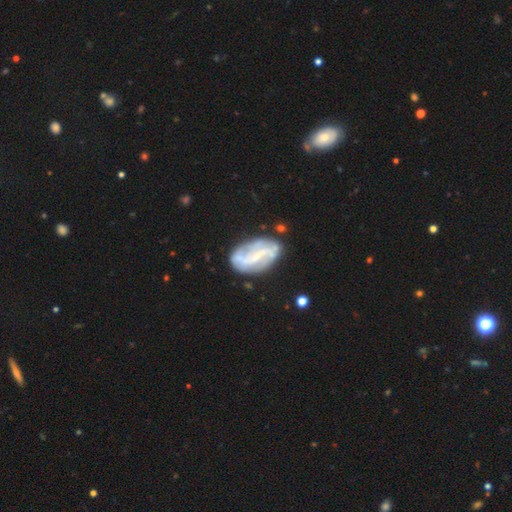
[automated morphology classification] type=featured or disk (75%); edge-on=no (96%); bar=strong (46%); spiral arms=yes (81%); winding=loose (42%); arm count=2 (61%); bulge=small (50%); merging=none (66%).